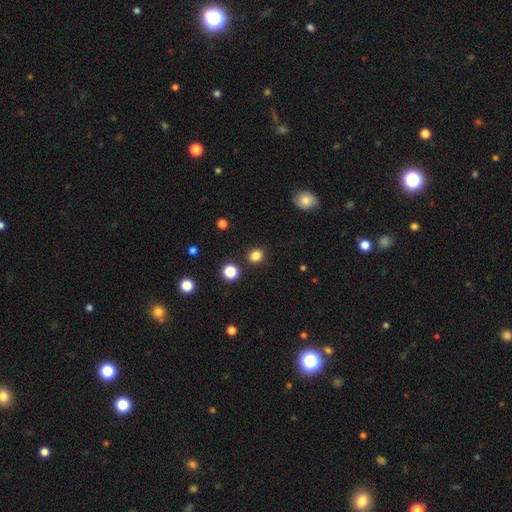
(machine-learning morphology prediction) Smooth or featured?
  - smooth: 83% *
  - star or artifact: 13%
  - featured or disk: 4%
How rounded?
  - round: 84% *
  - in between: 15%
  - cigar-shaped: 1%
Merging?
  - none: 90% *
  - minor disturbance: 6%
  - merger: 2%
  - major disturbance: 2%